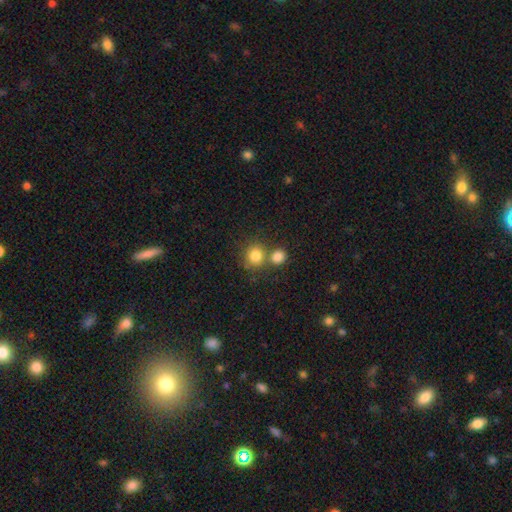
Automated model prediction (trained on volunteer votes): Morphology: type=smooth (82%); roundness=round (87%); merging=none (58%).